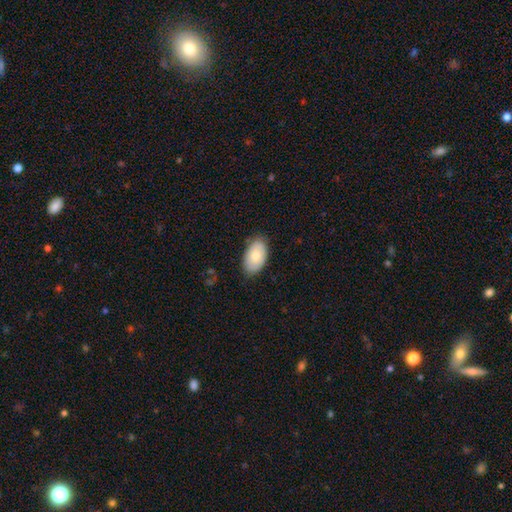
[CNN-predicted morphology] Q: Smooth or featured?
A: smooth (76%); runner-up: featured or disk (18%)
Q: How rounded?
A: in between (94%); runner-up: round (5%)
Q: Merging?
A: none (81%); runner-up: minor disturbance (15%)